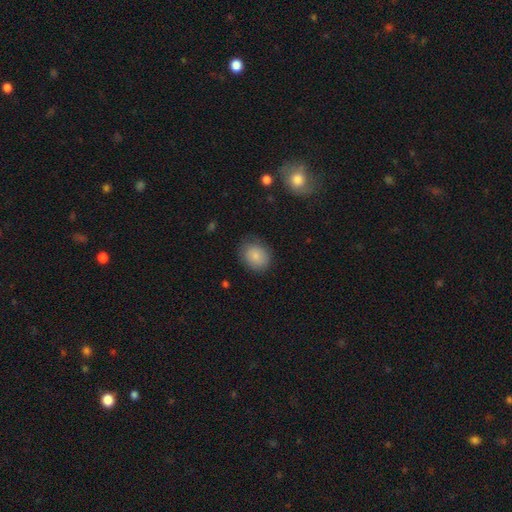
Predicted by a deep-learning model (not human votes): Morphology: type=smooth (84%); roundness=round (59%); merging=none (78%).